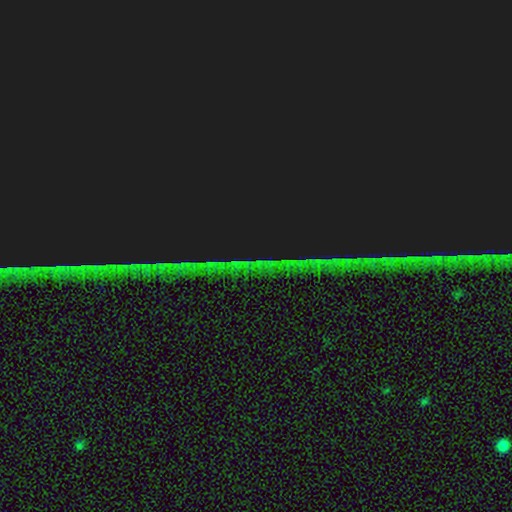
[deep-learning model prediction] Morphology: type=star or artifact (87%).